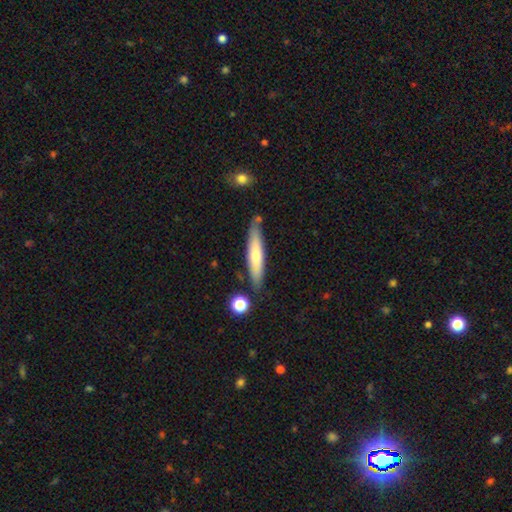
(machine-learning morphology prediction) Smooth or featured?
  - smooth: 61% *
  - featured or disk: 34%
  - star or artifact: 6%
How rounded?
  - cigar-shaped: 86% *
  - in between: 13%
  - round: 1%
Merging?
  - none: 78% *
  - minor disturbance: 14%
  - merger: 5%
  - major disturbance: 3%